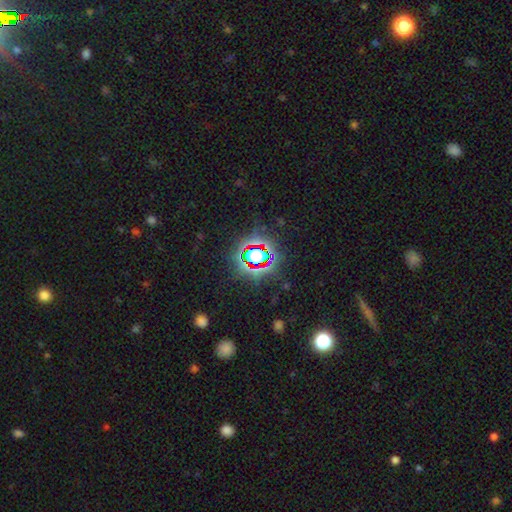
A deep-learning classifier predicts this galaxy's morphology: Q: Smooth or featured?
A: star or artifact (73%); runner-up: smooth (17%)